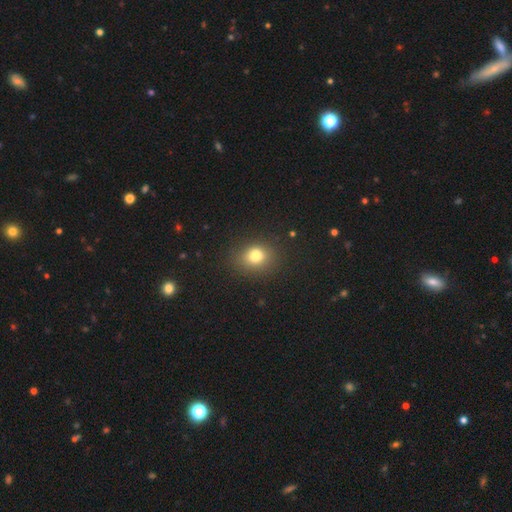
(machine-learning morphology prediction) Smooth or featured? smooth (79%)
How rounded? round (57%)
Merging? none (83%)